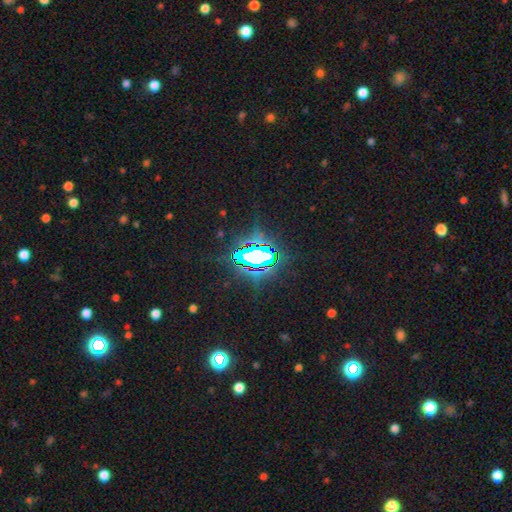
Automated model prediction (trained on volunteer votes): The model was most divided on "smooth or featured": star or artifact: 75%, smooth: 14%, featured or disk: 11%.